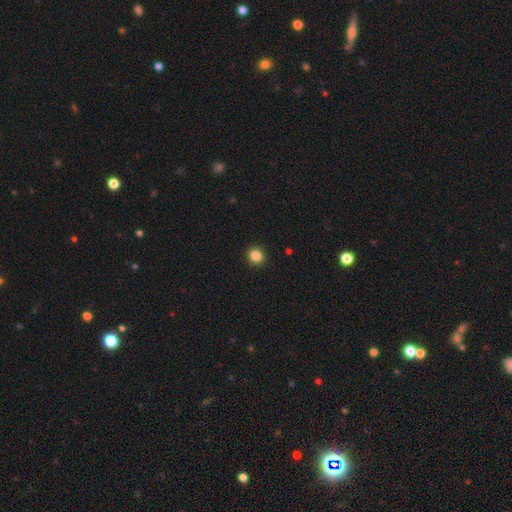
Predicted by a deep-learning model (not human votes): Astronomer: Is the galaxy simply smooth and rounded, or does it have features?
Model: smooth — 86%.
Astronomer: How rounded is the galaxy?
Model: round — 82%.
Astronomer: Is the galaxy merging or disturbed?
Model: none — 92%.